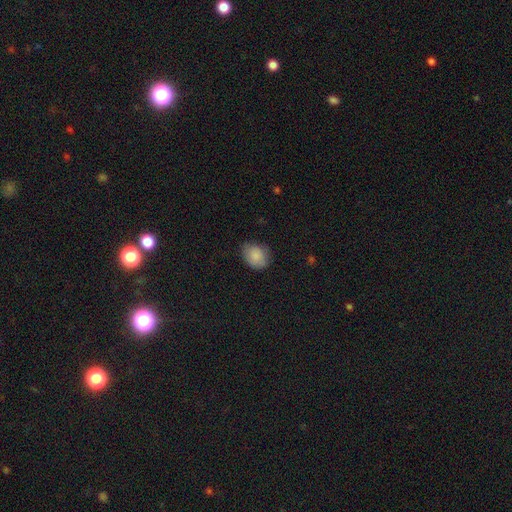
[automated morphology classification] Smooth or featured: smooth — 86% (star or artifact — 7%)
How rounded: in between — 52% (round — 47%)
Merging: none — 69% (minor disturbance — 25%)